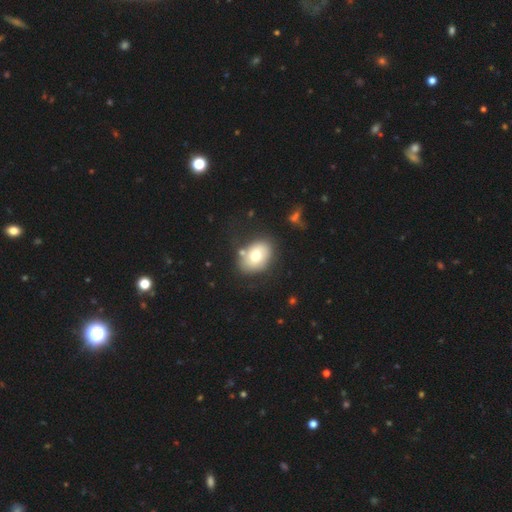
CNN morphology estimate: Smooth or featured? Predicted: smooth (p=0.68). How rounded? Predicted: in between (p=0.68). Merging? Predicted: none (p=0.71).